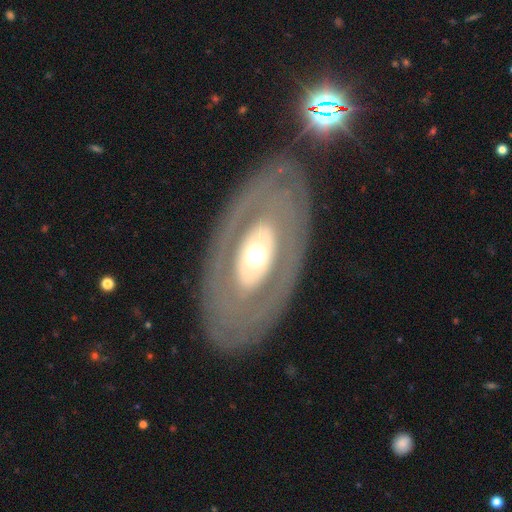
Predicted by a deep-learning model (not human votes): featured or disk 69%, smooth 26%, star or artifact 5%. Down the decision tree: edge-on disk — no (89%); bar — no (84%); spiral arms — no (82%); bulge size — moderate (66%); merging — none (83%).